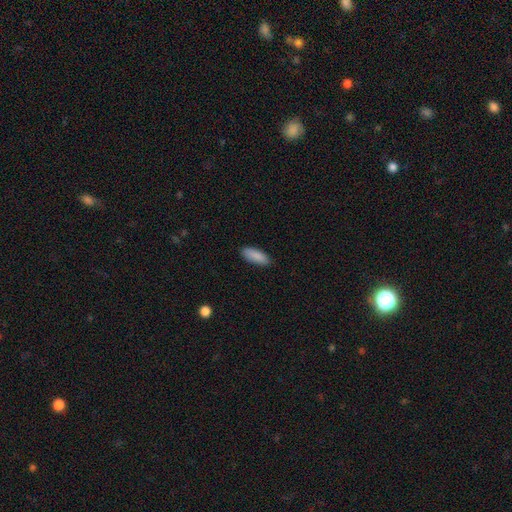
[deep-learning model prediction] Smooth or featured? smooth (89%)
How rounded? in between (73%)
Merging? none (87%)